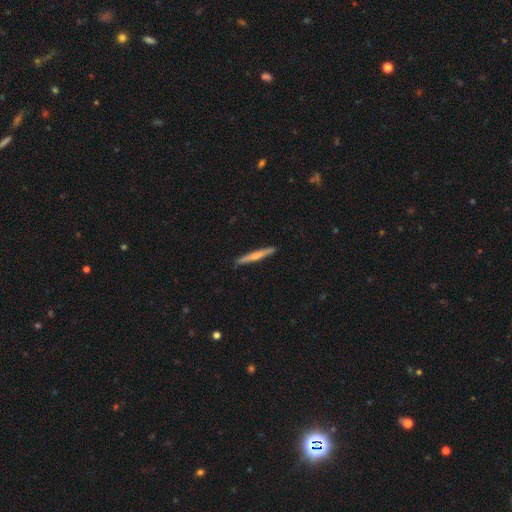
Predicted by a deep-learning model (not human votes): Morphology: type=smooth (48%); merging=none (90%).